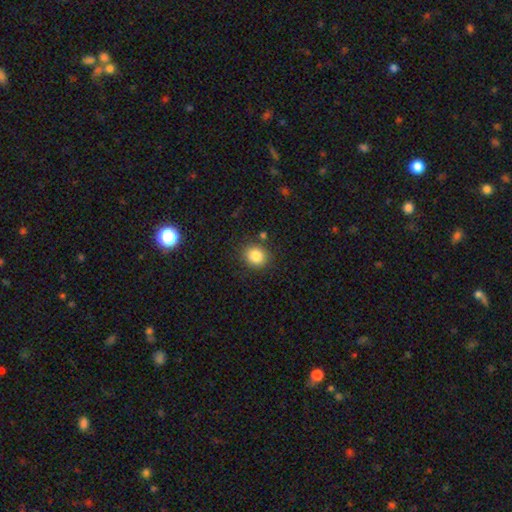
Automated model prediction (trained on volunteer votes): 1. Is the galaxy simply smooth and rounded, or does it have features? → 85% smooth, 10% star or artifact, 5% featured or disk.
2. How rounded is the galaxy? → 78% round, 21% in between, 1% cigar-shaped.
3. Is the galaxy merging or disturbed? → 85% none, 9% minor disturbance, 3% merger, 3% major disturbance.